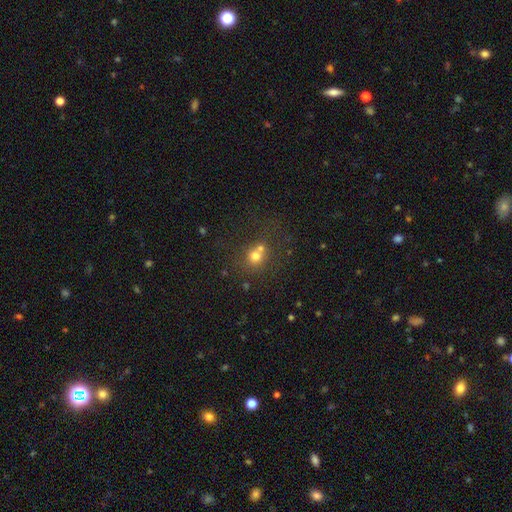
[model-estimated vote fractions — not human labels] Q: Smooth or featured?
A: smooth (67%); runner-up: star or artifact (18%)
Q: How rounded?
A: round (84%); runner-up: in between (15%)
Q: Merging?
A: none (44%); tied with: merger (44%)